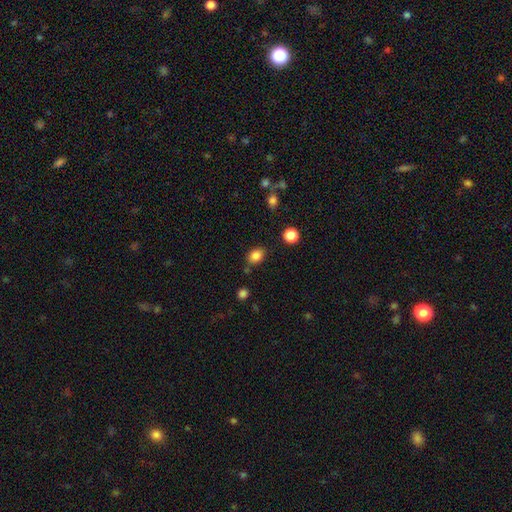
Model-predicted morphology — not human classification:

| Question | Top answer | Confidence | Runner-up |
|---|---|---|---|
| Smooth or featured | smooth | 85% | star or artifact (11%) |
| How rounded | in between | 52% | round (47%) |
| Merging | none | 77% | minor disturbance (14%) |